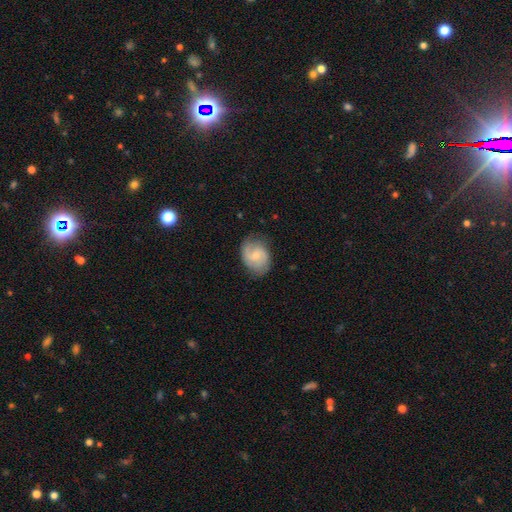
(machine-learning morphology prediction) This appears to be a featured or disk galaxy (57%) with no bar (48%), 2 (78%) medium (47%) spiral arms (90%) and a small central bulge (54%). Merging: none (74%).